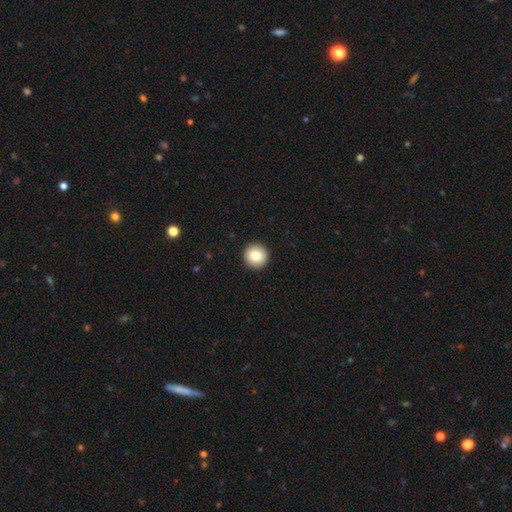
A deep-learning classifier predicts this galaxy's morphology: Overall: smooth (82%). How rounded: round (96%). Merging: none (94%).